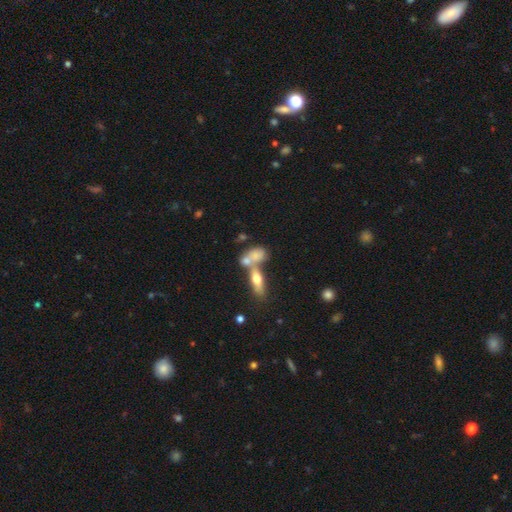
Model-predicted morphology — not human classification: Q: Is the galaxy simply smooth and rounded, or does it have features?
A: smooth — 65%.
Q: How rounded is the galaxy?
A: in between — 71%.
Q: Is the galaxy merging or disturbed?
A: merger — 55%.